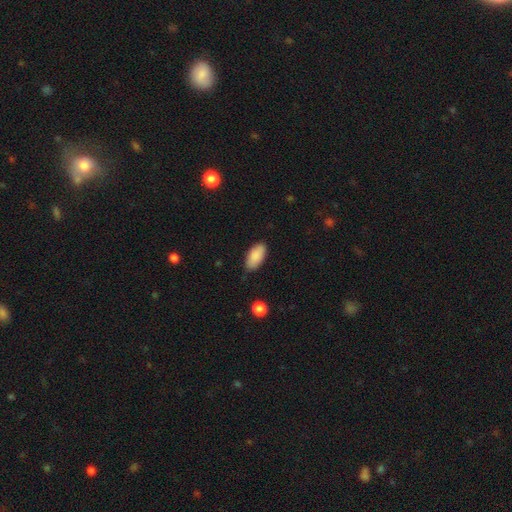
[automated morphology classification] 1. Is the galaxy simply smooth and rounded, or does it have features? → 88% smooth, 6% star or artifact, 5% featured or disk.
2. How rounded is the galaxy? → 92% in between, 6% cigar-shaped, 2% round.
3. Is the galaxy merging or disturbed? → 81% none, 15% minor disturbance, 3% major disturbance, 1% merger.